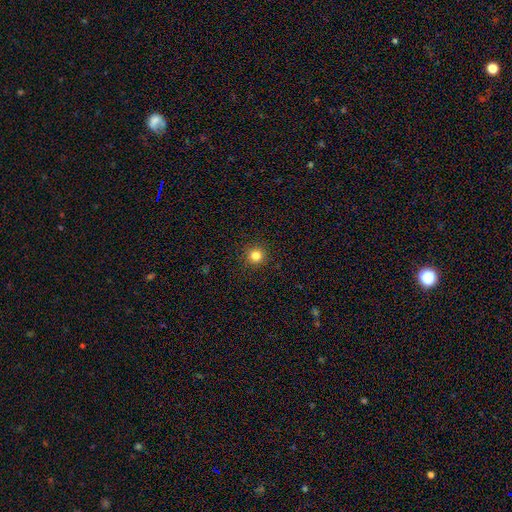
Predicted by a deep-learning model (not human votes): This is clearly a smooth galaxy (82%). How rounded: clearly round (95%). Merging: clearly none (92%).